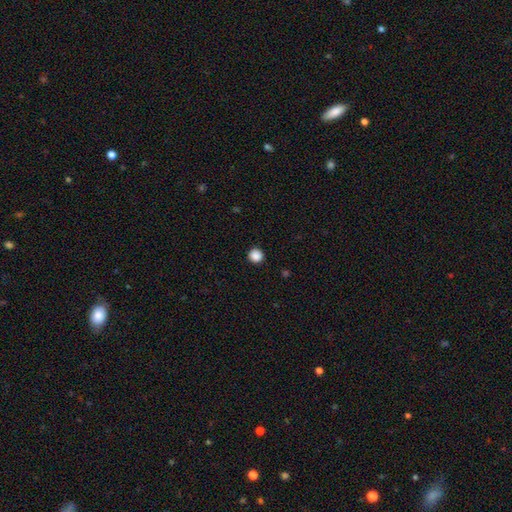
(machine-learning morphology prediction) This is clearly a smooth galaxy (88%). How rounded: clearly round (95%). Merging: clearly none (93%).